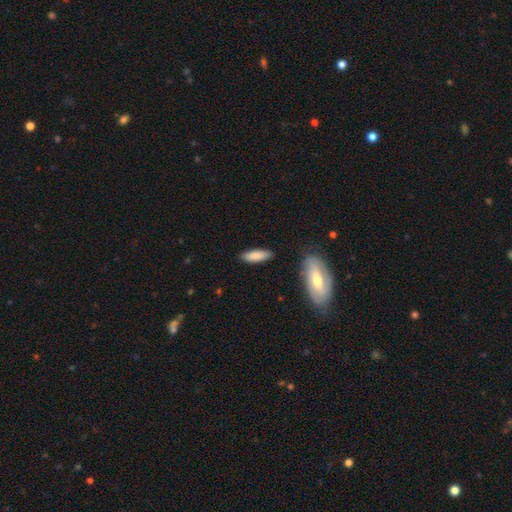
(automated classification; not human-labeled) Morphology: type=smooth (84%); roundness=in between (57%); merging=none (85%).